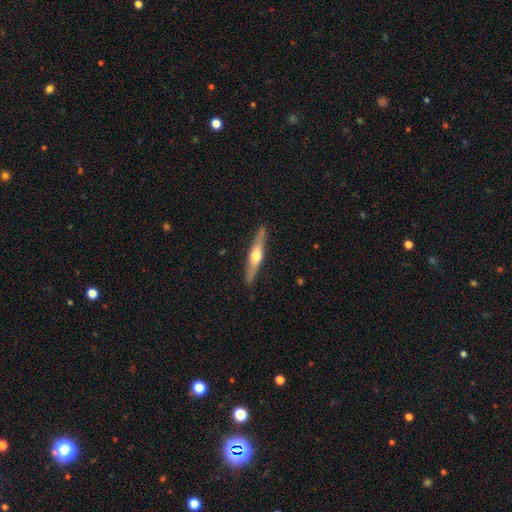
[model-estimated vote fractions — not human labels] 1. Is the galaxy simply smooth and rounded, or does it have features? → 64% featured or disk, 31% smooth, 5% star or artifact.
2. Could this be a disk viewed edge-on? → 95% yes, 5% no.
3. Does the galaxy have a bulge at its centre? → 91% rounded, 5% boxy, 4% none.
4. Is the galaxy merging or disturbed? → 86% none, 10% minor disturbance, 2% major disturbance, 2% merger.